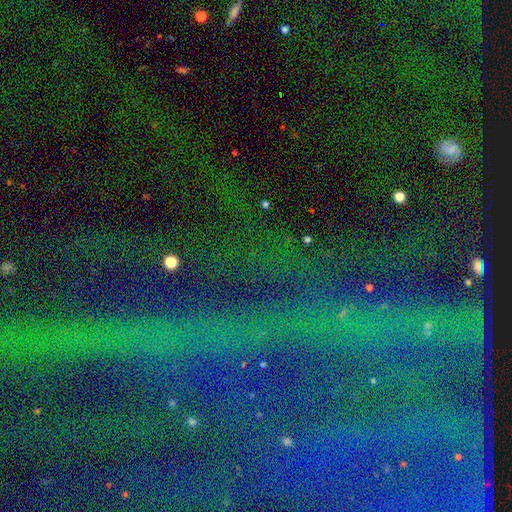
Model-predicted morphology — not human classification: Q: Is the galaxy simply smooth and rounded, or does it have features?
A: star or artifact — 83%.